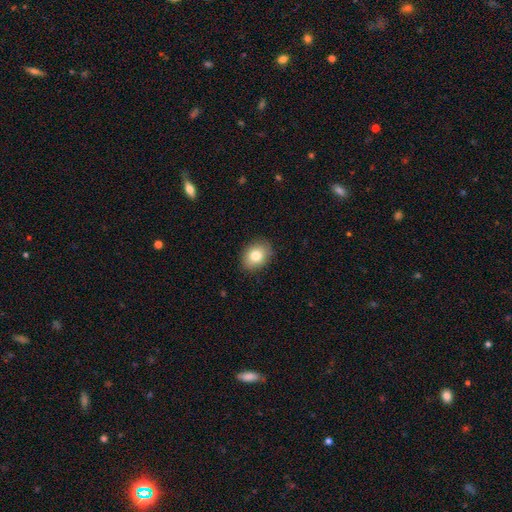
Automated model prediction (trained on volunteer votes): Smooth or featured: smooth — 82% (featured or disk — 9%)
How rounded: in between — 63% (round — 36%)
Merging: none — 88% (minor disturbance — 9%)